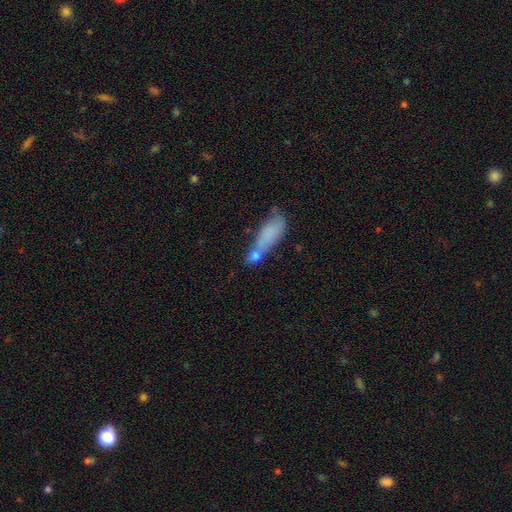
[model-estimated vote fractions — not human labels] Smooth or featured?
  - smooth: 73% *
  - featured or disk: 16%
  - star or artifact: 10%
How rounded?
  - in between: 51% *
  - cigar-shaped: 43%
  - round: 6%
Merging?
  - none: 35% *
  - merger: 34%
  - minor disturbance: 19%
  - major disturbance: 12%